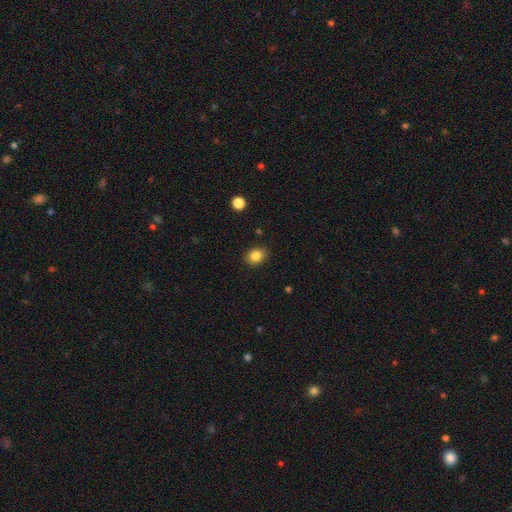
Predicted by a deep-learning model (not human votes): A smooth galaxy with no disk features (84%) that is in between round and cigar-shaped (52%). Merging: none (88%).